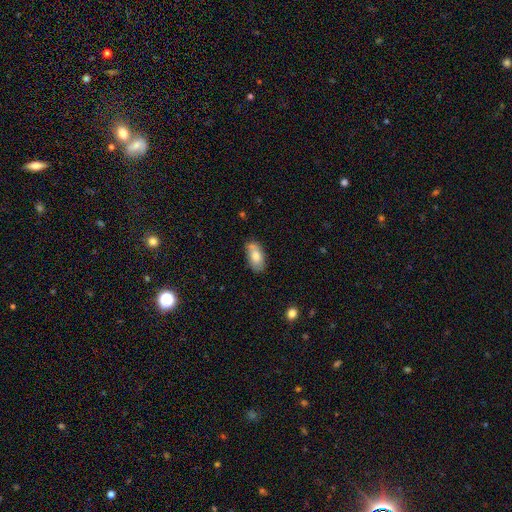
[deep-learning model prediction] smooth 76%, featured or disk 17%, star or artifact 7%. Down the decision tree: how rounded — in between (92%); merging — none (66%).